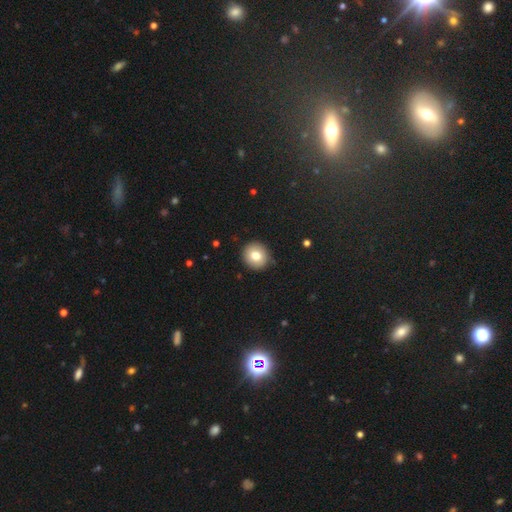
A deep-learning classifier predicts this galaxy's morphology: The model was most divided on "smooth or featured": smooth: 78%, featured or disk: 12%, star or artifact: 10%. More confident: how rounded — round (89%); merging — none (89%).